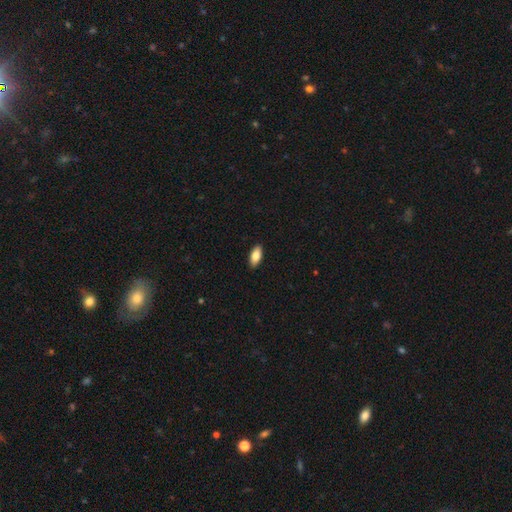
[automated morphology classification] Overall: smooth (84%). How rounded: in between (89%). Merging: none (90%).